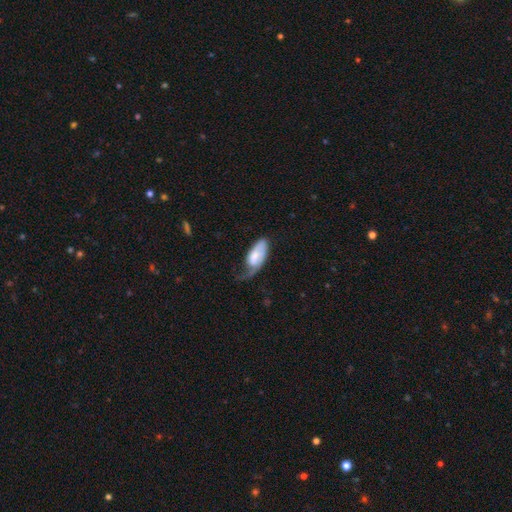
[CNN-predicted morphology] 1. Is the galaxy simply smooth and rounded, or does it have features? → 58% smooth, 37% featured or disk, 5% star or artifact.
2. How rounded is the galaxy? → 89% in between, 8% cigar-shaped, 2% round.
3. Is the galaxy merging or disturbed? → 45% major disturbance, 30% minor disturbance, 21% none, 3% merger.